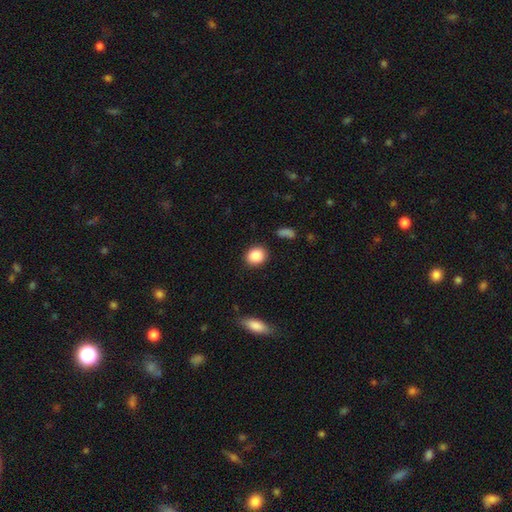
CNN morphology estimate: A smooth galaxy with no disk features (88%) that is round (66%).

Vote fractions:
- Smooth or featured? smooth: 88% / star or artifact: 8% / featured or disk: 4%
- How rounded? round: 66% / in between: 32% / cigar-shaped: 1%
- Merging? none: 88% / minor disturbance: 8% / major disturbance: 2% / merger: 2%